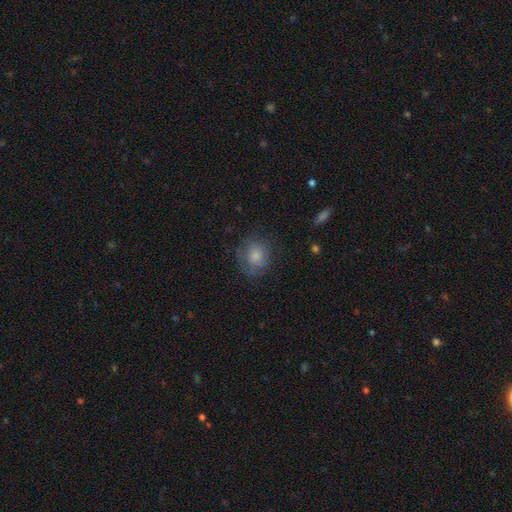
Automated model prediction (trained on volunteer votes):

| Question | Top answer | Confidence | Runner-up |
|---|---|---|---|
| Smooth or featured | smooth | 75% | featured or disk (16%) |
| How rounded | round | 81% | in between (18%) |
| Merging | none | 68% | minor disturbance (21%) |